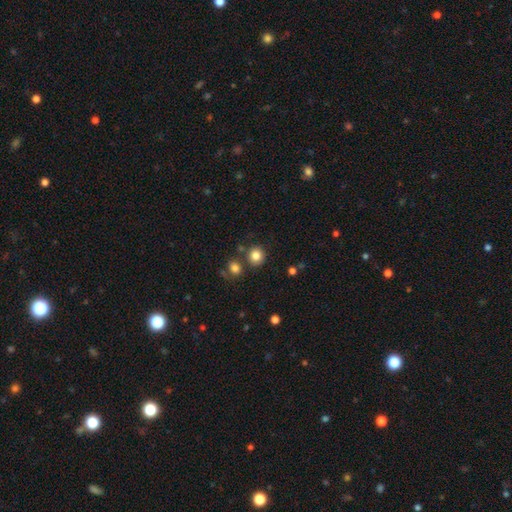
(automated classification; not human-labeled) Smooth or featured? smooth (83%)
How rounded? round (87%)
Merging? none (79%)